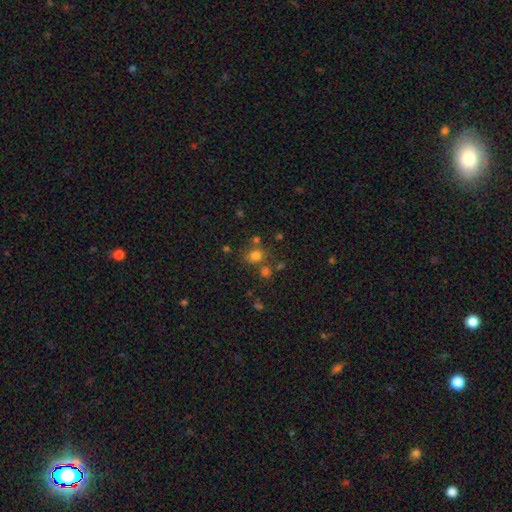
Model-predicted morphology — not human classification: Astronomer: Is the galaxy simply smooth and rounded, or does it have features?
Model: smooth — 72%.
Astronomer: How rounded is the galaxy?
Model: round — 77%.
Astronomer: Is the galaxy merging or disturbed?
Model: none — 66%.